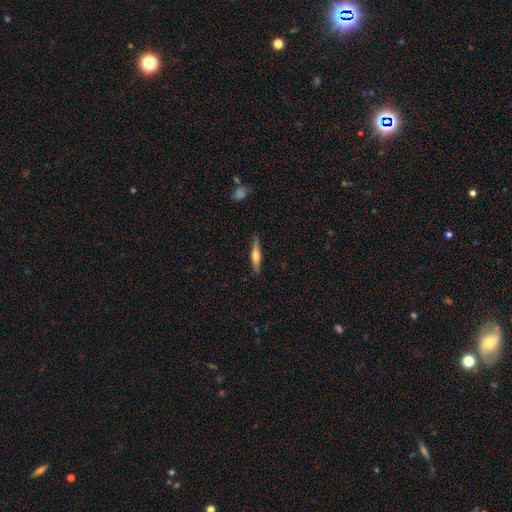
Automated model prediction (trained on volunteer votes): Q: Smooth or featured?
A: smooth (49%); runner-up: featured or disk (45%)
Q: Merging?
A: none (87%); runner-up: minor disturbance (10%)